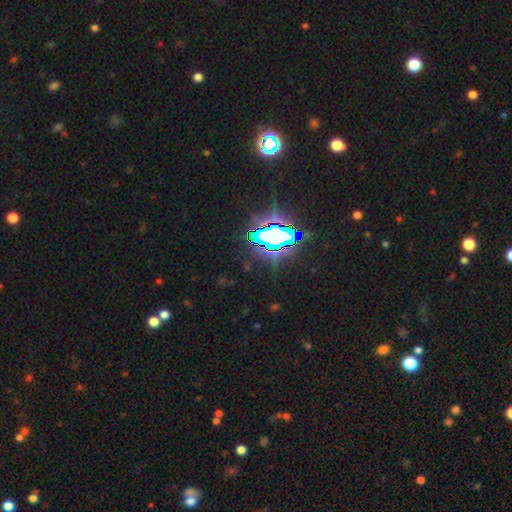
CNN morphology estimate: Smooth or featured? Predicted: star or artifact (p=0.83).